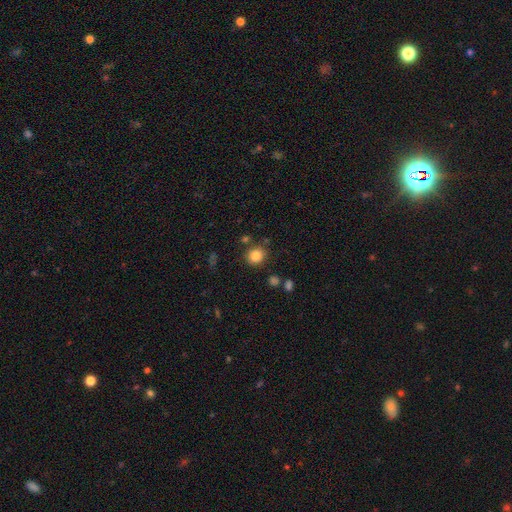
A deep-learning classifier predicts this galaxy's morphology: The model was most divided on "how rounded": round: 84%, in between: 15%, cigar-shaped: 1%. More confident: smooth or featured — smooth (84%); merging — none (83%).